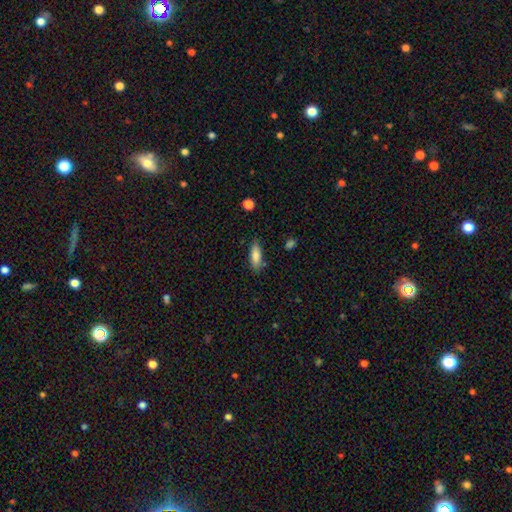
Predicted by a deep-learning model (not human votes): Smooth or featured? Predicted: smooth (p=0.84). How rounded? Predicted: in between (p=0.64). Merging? Predicted: none (p=0.79).